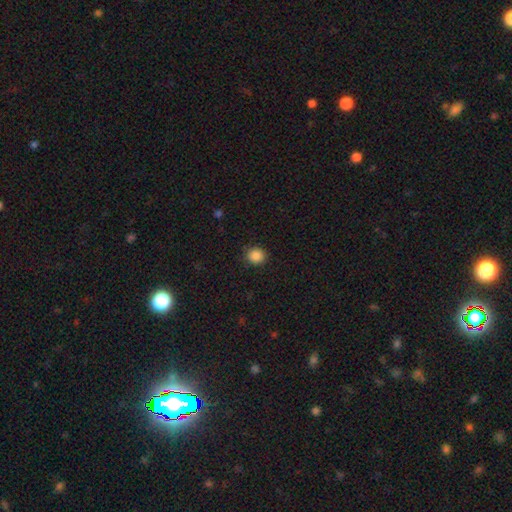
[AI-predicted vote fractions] This is clearly a smooth galaxy (87%). How rounded: clearly round (84%). Merging: clearly none (89%).